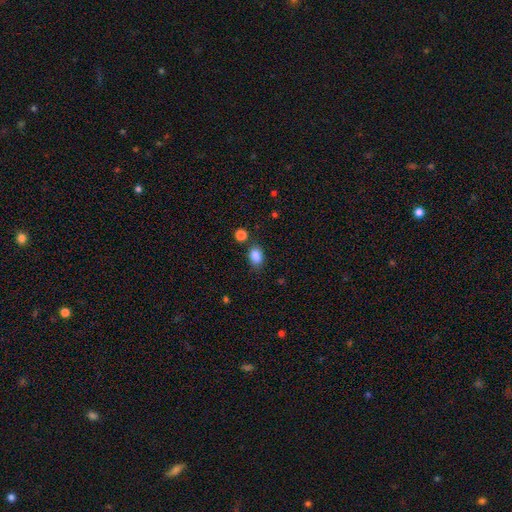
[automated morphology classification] smooth-or-featured: smooth: 86% | star or artifact: 10% | featured or disk: 4%
  how-rounded: in between: 75% | round: 24% | cigar-shaped: 1%
  merging: none: 74% | minor disturbance: 16% | merger: 7% | major disturbance: 4%